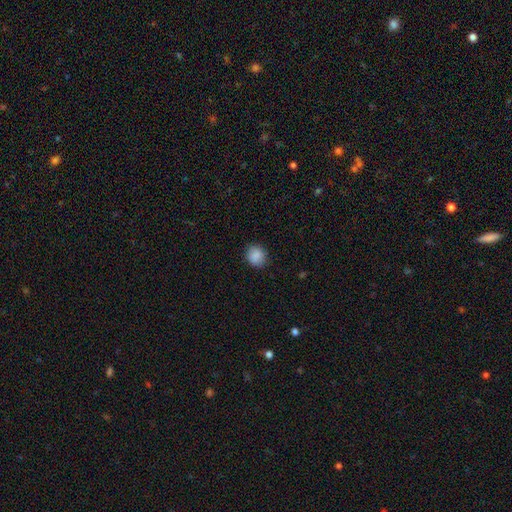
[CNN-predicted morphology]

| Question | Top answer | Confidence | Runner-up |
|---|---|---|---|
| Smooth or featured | smooth | 88% | star or artifact (9%) |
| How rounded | round | 78% | in between (21%) |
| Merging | none | 85% | minor disturbance (11%) |